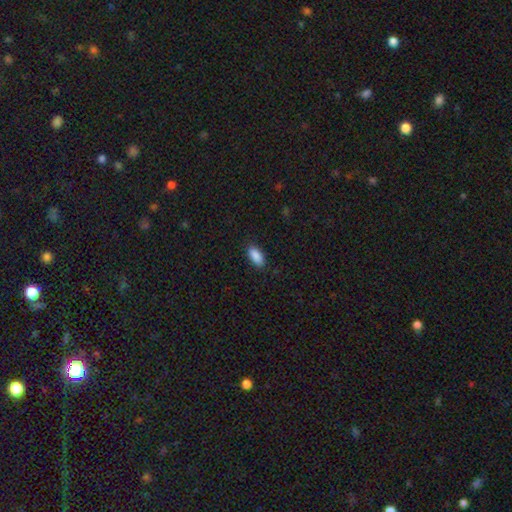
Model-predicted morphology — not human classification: Q: Smooth or featured?
A: smooth (90%); runner-up: star or artifact (7%)
Q: How rounded?
A: in between (89%); runner-up: cigar-shaped (9%)
Q: Merging?
A: none (88%); runner-up: minor disturbance (9%)